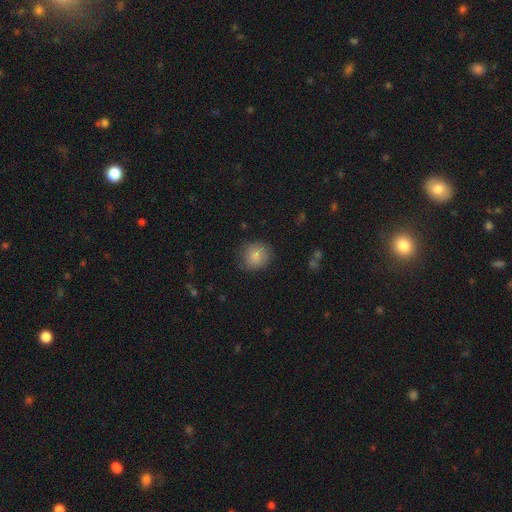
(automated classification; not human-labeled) Morphology: type=smooth (84%); roundness=round (85%); merging=none (76%).